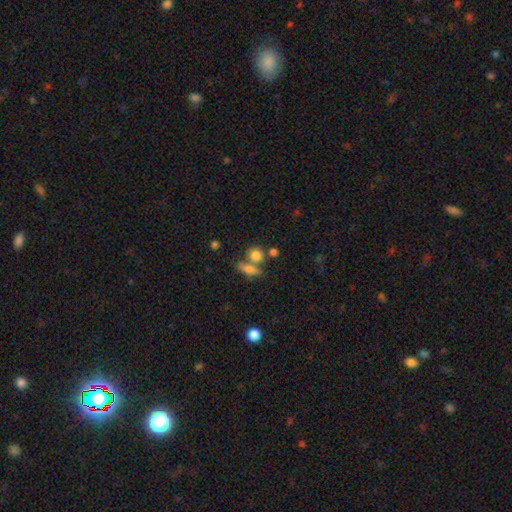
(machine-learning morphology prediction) Smooth or featured?
  - smooth: 77% *
  - featured or disk: 12%
  - star or artifact: 11%
How rounded?
  - round: 66% *
  - in between: 27%
  - cigar-shaped: 7%
Merging?
  - none: 55% *
  - merger: 31%
  - minor disturbance: 10%
  - major disturbance: 4%